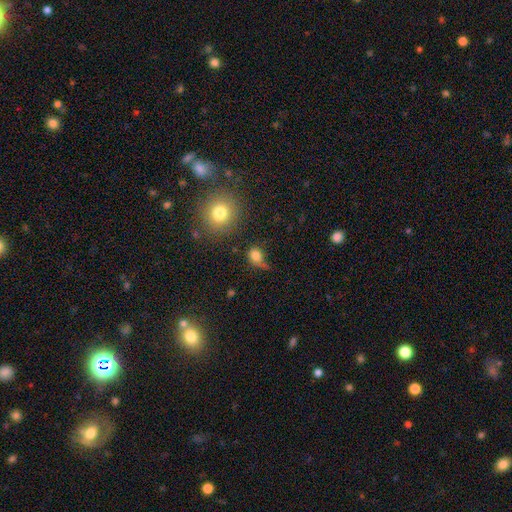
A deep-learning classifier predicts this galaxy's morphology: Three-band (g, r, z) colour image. It shows a smooth galaxy with no disk features (79%) that is round (53%). Merging: none (40%).